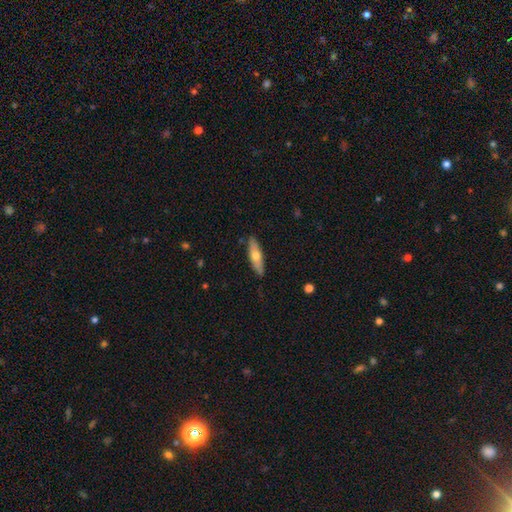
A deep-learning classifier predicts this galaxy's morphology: A smooth galaxy with no disk features (58%) that is cigar-shaped (59%). Merging: none (87%).